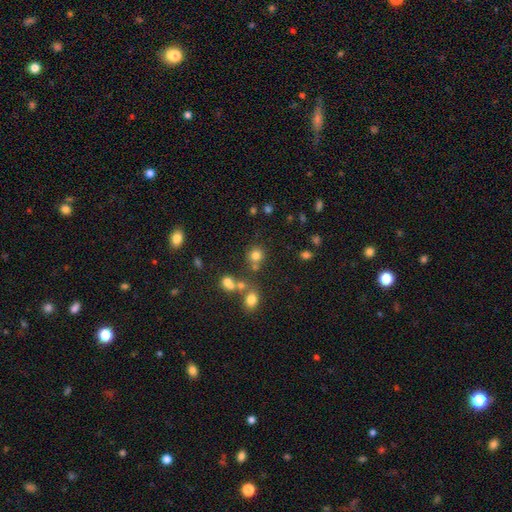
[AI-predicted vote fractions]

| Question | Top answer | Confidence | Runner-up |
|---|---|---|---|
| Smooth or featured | smooth | 75% | star or artifact (17%) |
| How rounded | round | 87% | in between (12%) |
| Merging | none | 66% | merger (19%) |